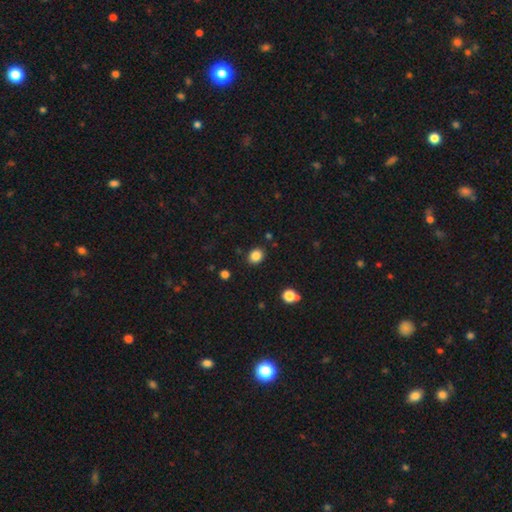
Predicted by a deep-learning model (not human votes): Smooth or featured? Predicted: smooth (p=0.85). How rounded? Predicted: round (p=0.59). Merging? Predicted: none (p=0.87).